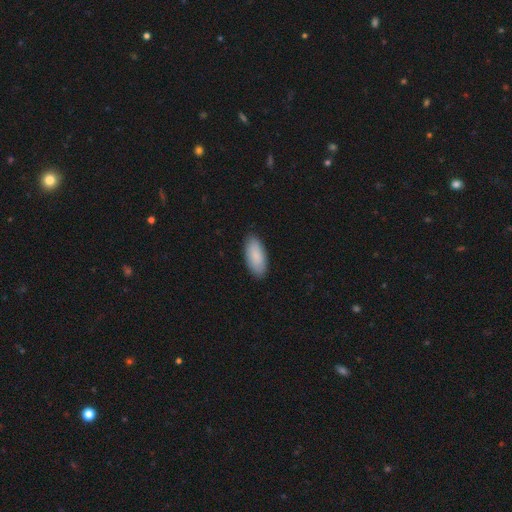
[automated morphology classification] smooth 86%, featured or disk 8%, star or artifact 5%. Down the decision tree: how rounded — in between (90%); merging — none (88%).